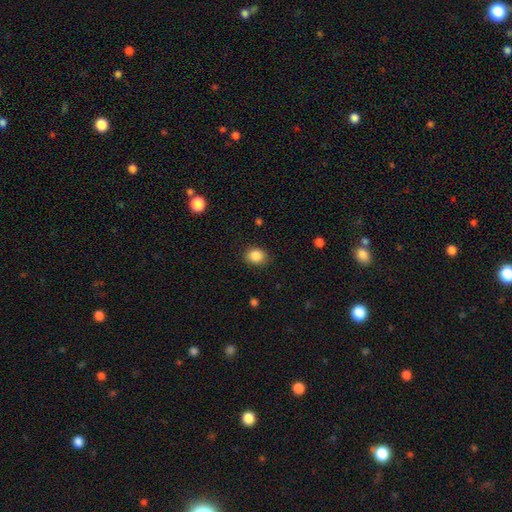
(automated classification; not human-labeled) smooth 87%, star or artifact 9%, featured or disk 4%. Down the decision tree: how rounded — round (52%); merging — none (85%).